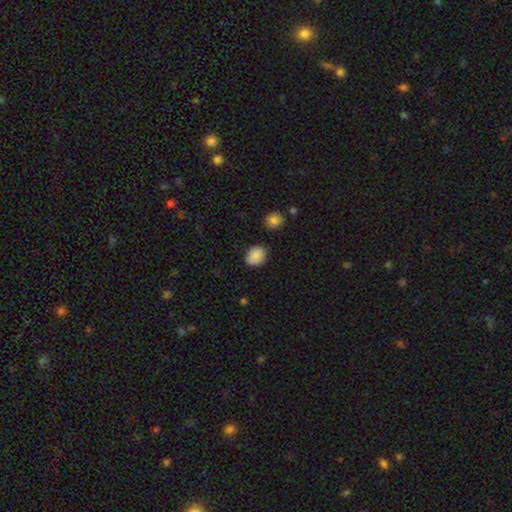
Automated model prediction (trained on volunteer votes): This appears to be a smooth galaxy with no disk features (85%) that is round (52%). Merging: none (83%).